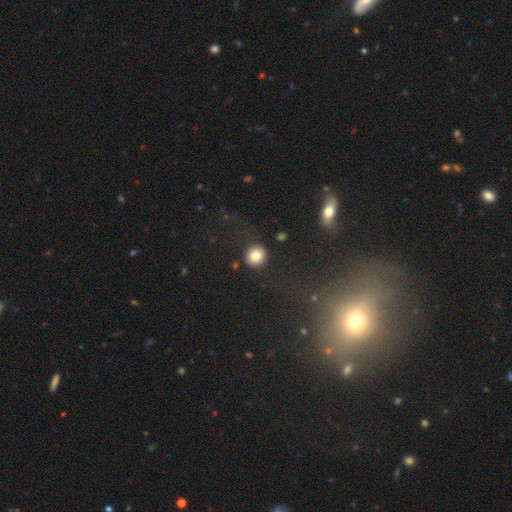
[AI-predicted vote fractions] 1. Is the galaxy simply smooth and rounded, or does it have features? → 82% smooth, 10% star or artifact, 7% featured or disk.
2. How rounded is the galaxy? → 85% round, 14% in between, 1% cigar-shaped.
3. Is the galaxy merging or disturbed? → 87% none, 8% minor disturbance, 4% major disturbance, 2% merger.